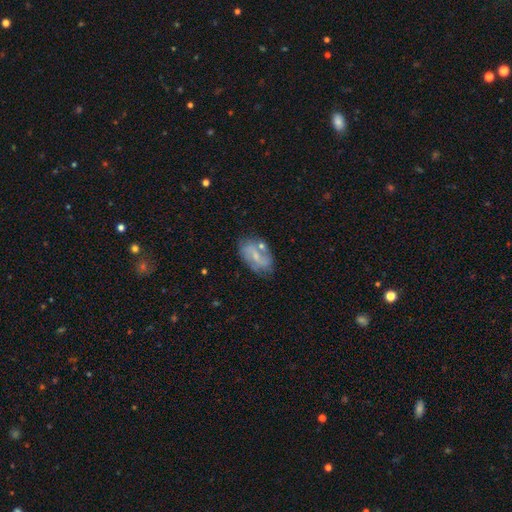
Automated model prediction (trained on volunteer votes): A featured or disk galaxy (66%) with a weak bar (47%), 2 (77%) medium (40%, tied with loose) spiral arms (80%) and a small central bulge (65%).

Vote fractions:
- Smooth or featured? featured or disk: 66% / smooth: 26% / star or artifact: 8%
- Edge-on disk? no: 95% / yes: 5%
- Bar? weak: 47% / no: 33% / strong: 20%
- Spiral arms? yes: 80% / no: 20%
- Spiral winding? medium: 40% (tied) / loose: 40% (tied) / tight: 20%
- Spiral arm count? 2: 77% / can't tell: 14% / 3: 3% / 1: 3% / 4: 1% / more than 4: 1%
- Bulge size? small: 65% / moderate: 25% / none: 8% / large: 1% / dominant: 1%
- Merging? none: 63% / minor disturbance: 21% / merger: 9% / major disturbance: 7%